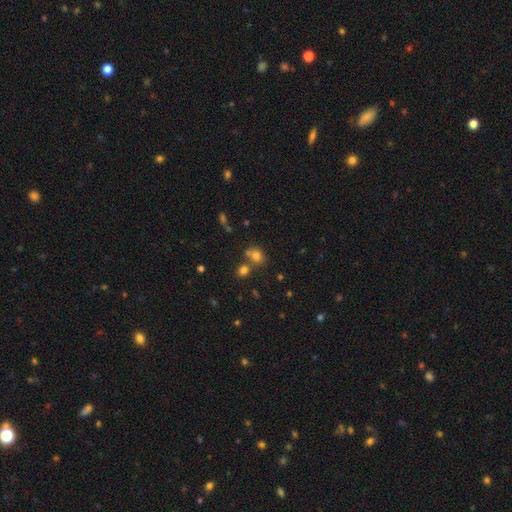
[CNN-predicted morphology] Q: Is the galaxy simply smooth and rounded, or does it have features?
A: smooth — 74%.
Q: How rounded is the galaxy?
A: round — 59%.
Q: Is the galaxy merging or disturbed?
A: none — 55%.